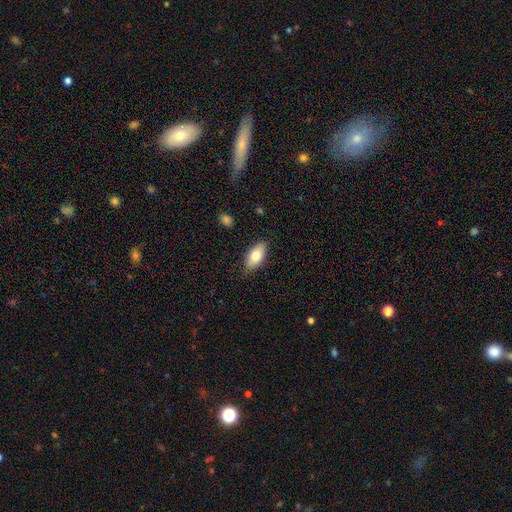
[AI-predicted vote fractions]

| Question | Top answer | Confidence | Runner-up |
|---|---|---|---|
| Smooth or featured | smooth | 76% | featured or disk (18%) |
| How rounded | in between | 89% | cigar-shaped (8%) |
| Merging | none | 82% | minor disturbance (14%) |